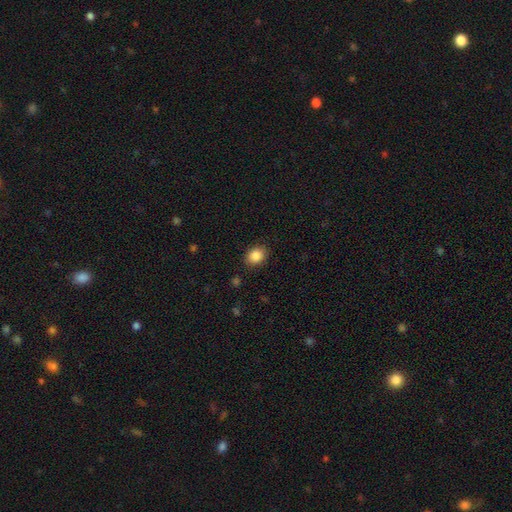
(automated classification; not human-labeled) This appears to be a smooth galaxy with no disk features (86%) that is in between round and cigar-shaped (50%). Merging: none (87%).